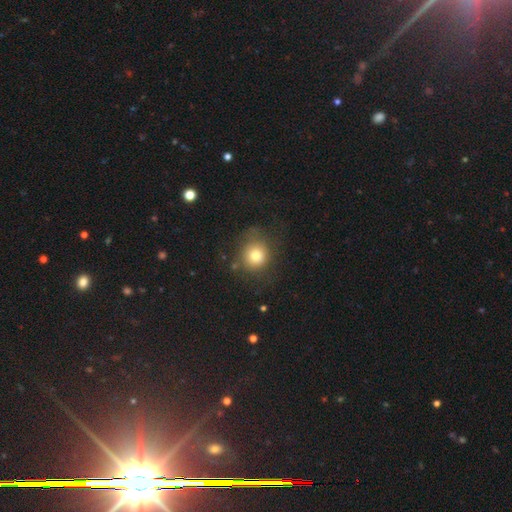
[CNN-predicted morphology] Smooth or featured? Predicted: smooth (p=0.75). How rounded? Predicted: round (p=0.87). Merging? Predicted: none (p=0.71).